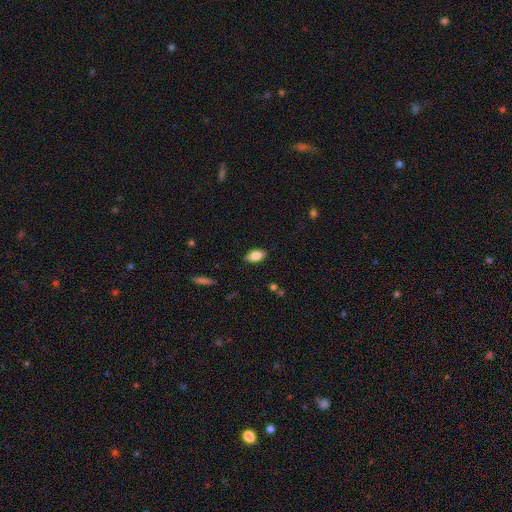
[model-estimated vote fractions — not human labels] A smooth galaxy with no disk features (84%) that is in between round and cigar-shaped (91%). Merging: none (87%).